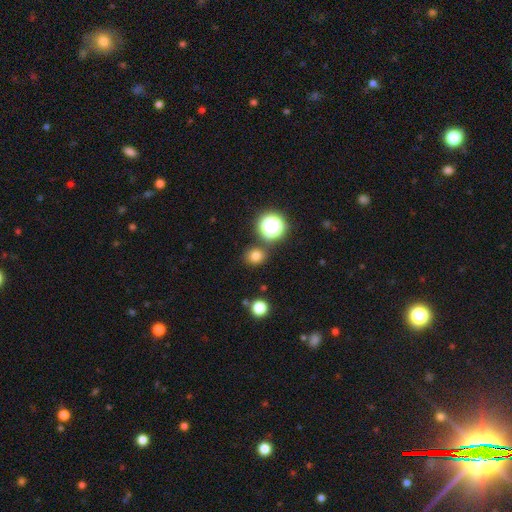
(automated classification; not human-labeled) Q: Smooth or featured?
A: smooth (75%); runner-up: star or artifact (20%)
Q: How rounded?
A: round (80%); runner-up: in between (19%)
Q: Merging?
A: none (84%); runner-up: minor disturbance (8%)